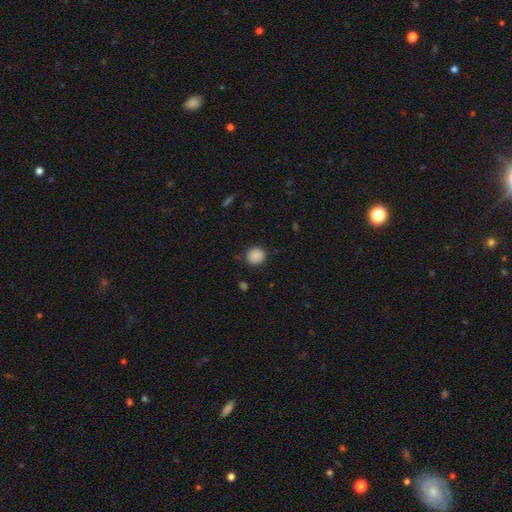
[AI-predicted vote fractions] This appears to be a smooth galaxy with no disk features (88%) that is round (83%). Merging: none (86%).